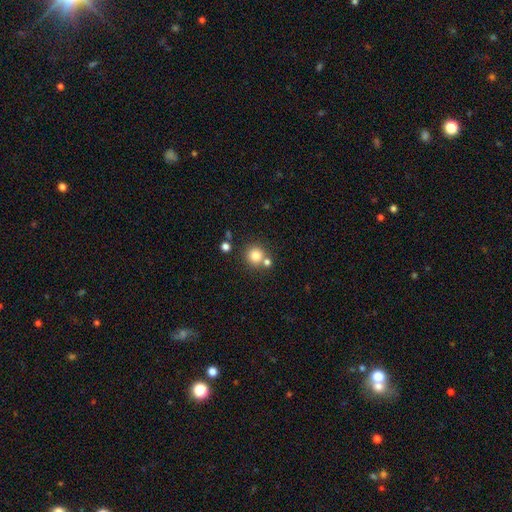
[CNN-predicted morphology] A smooth galaxy with no disk features (81%) that is round (92%). Merging: none (70%).